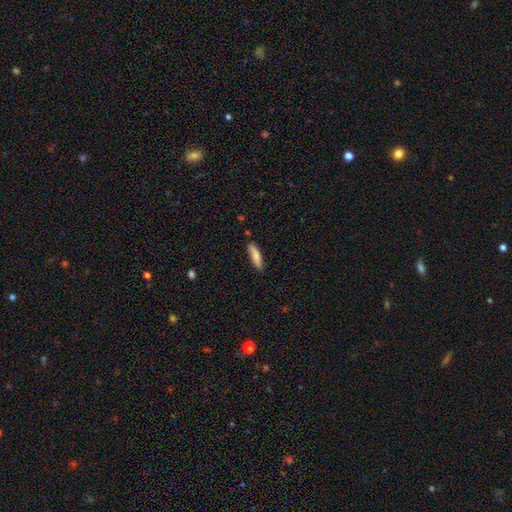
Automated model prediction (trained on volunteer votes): Smooth or featured: smooth — 82% (featured or disk — 12%)
How rounded: cigar-shaped — 68% (in between — 30%)
Merging: none — 81% (minor disturbance — 15%)